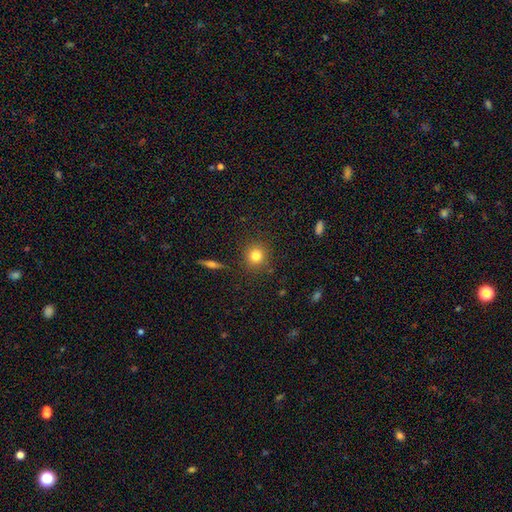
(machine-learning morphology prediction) Smooth or featured? Predicted: smooth (p=0.80). How rounded? Predicted: round (p=0.91). Merging? Predicted: none (p=0.88).